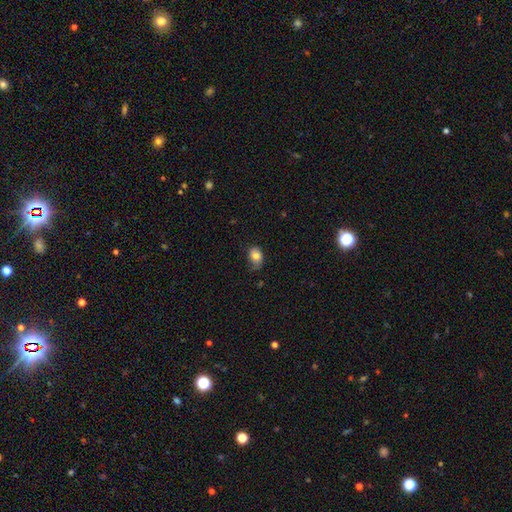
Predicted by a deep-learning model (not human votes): A smooth galaxy with no disk features (75%) that is in between round and cigar-shaped (72%).

Vote fractions:
- Smooth or featured? smooth: 75% / featured or disk: 16% / star or artifact: 8%
- How rounded? in between: 72% / round: 27% / cigar-shaped: 1%
- Merging? none: 50% / minor disturbance: 35% / major disturbance: 13% / merger: 2%